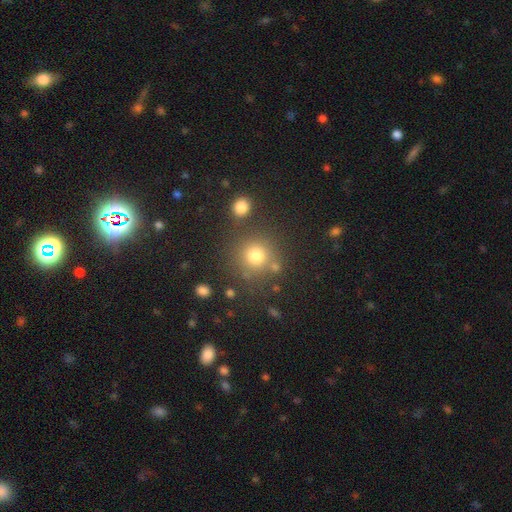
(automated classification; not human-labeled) This is likely a smooth galaxy (77%). How rounded: clearly round (92%). Merging: likely none (77%).